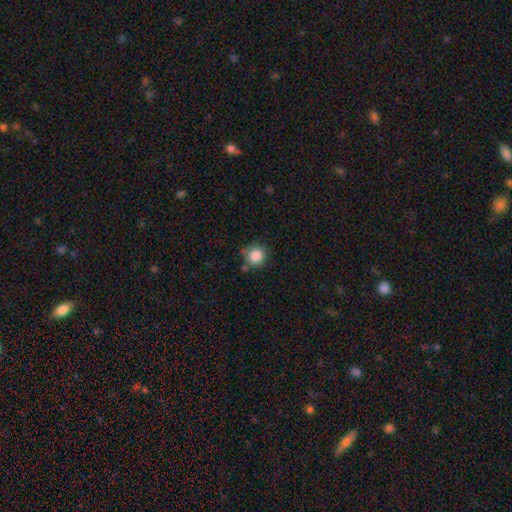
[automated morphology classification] A smooth galaxy with no disk features (86%) that is round (93%).

Vote fractions:
- Smooth or featured? smooth: 86% / star or artifact: 10% / featured or disk: 4%
- How rounded? round: 93% / in between: 6% / cigar-shaped: 1%
- Merging? none: 75% / minor disturbance: 15% / merger: 6% / major disturbance: 4%